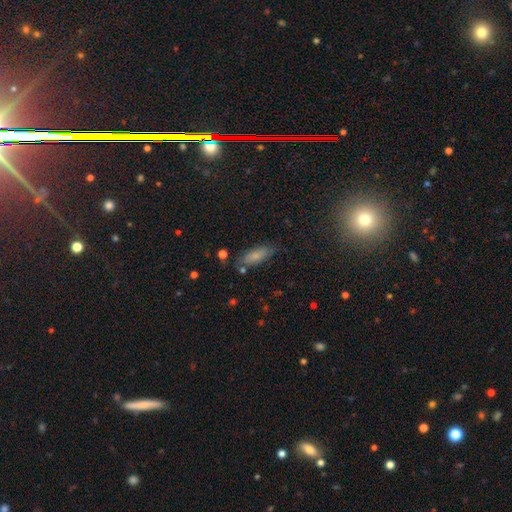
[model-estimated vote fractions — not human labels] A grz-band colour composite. It shows a smooth galaxy with no disk features (76%) that is in between round and cigar-shaped (61%). Merging: none (75%).